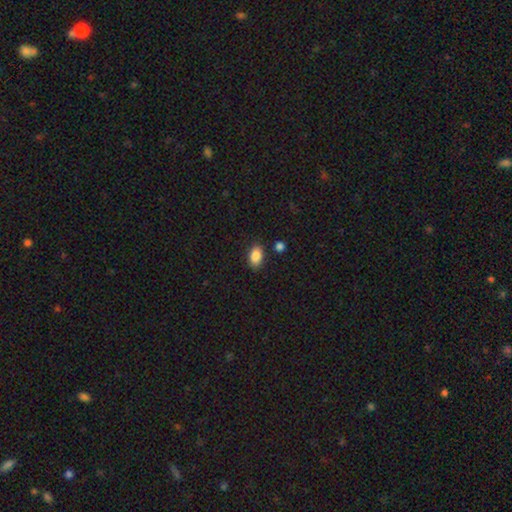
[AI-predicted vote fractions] Overall: smooth (87%). How rounded: in between (89%). Merging: none (84%).